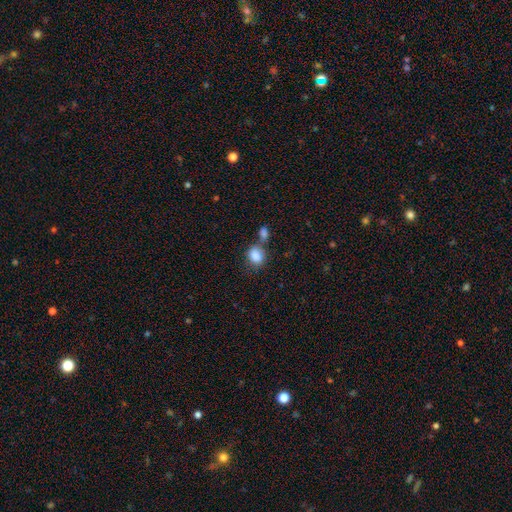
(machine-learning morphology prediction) Q: Smooth or featured?
A: smooth (85%); runner-up: star or artifact (9%)
Q: How rounded?
A: round (54%); runner-up: in between (45%)
Q: Merging?
A: none (46%); runner-up: merger (32%)